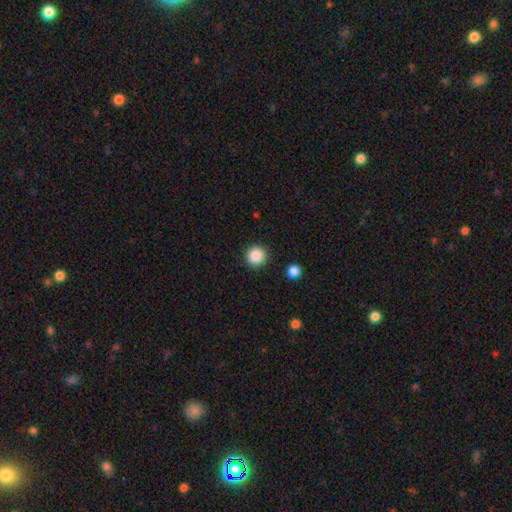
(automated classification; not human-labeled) A smooth galaxy with no disk features (87%) that is round (95%).

Vote fractions:
- Smooth or featured? smooth: 87% / star or artifact: 10% / featured or disk: 3%
- How rounded? round: 95% / in between: 4% / cigar-shaped: 1%
- Merging? none: 92% / minor disturbance: 5% / major disturbance: 2% / merger: 1%